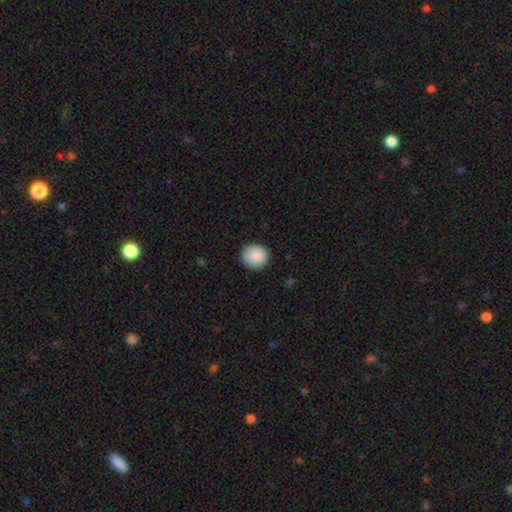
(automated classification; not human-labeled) smooth_or_featured: smooth (p=0.89) [alt: star or artifact p=0.07]
how_rounded: round (p=0.87) [alt: in between p=0.12]
merging: none (p=0.88) [alt: minor disturbance p=0.09]